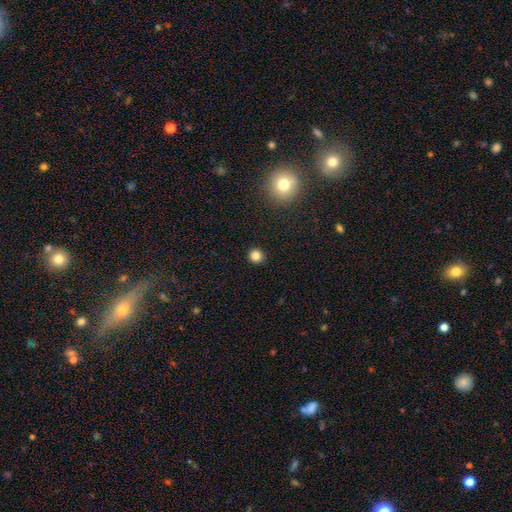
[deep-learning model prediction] The model was most divided on "smooth or featured": smooth: 82%, star or artifact: 13%, featured or disk: 5%. More confident: how rounded — round (92%); merging — none (91%).